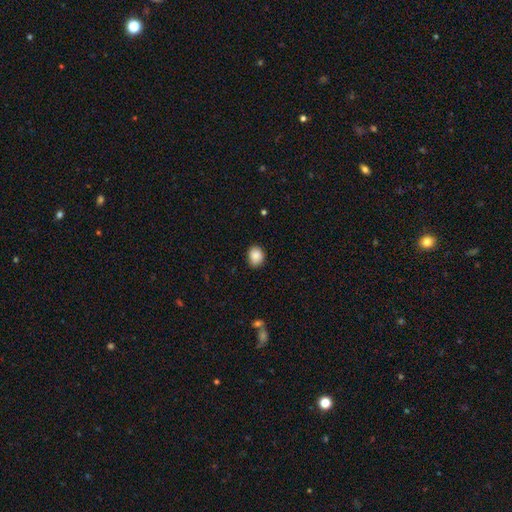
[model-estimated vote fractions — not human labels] smooth 87%, star or artifact 8%, featured or disk 5%. Down the decision tree: how rounded — round (58%); merging — none (80%).